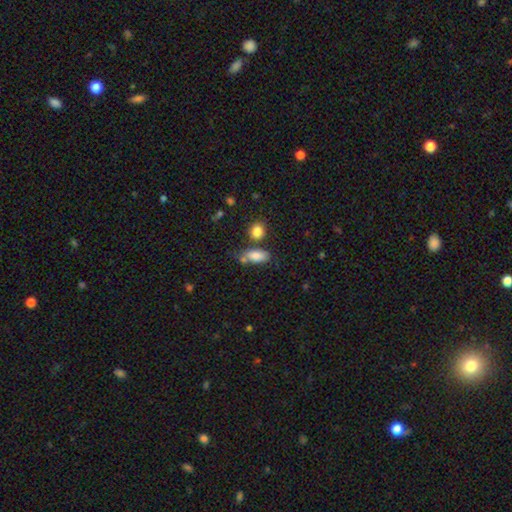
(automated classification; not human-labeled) A smooth galaxy with no disk features (83%) that is in between round and cigar-shaped (84%). Merging: none (56%).